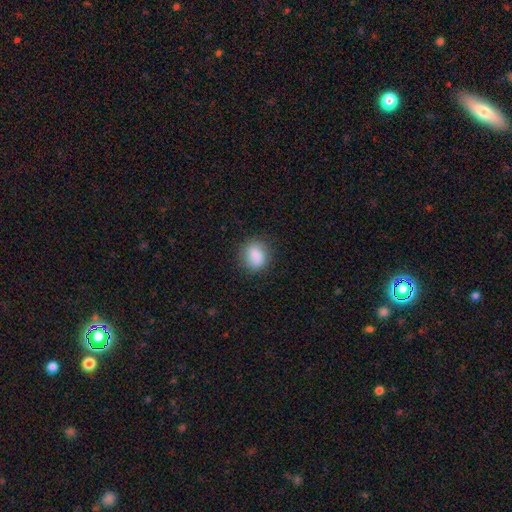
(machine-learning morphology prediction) Overall: smooth (87%). How rounded: round (58%; in between 41%). Merging: none (83%).